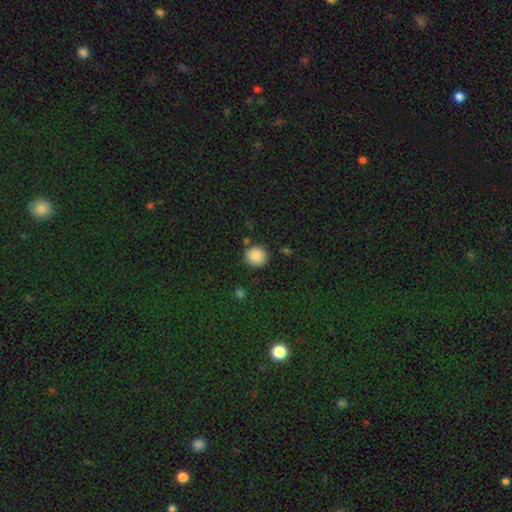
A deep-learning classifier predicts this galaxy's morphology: smooth 87%, star or artifact 9%, featured or disk 4%. Down the decision tree: how rounded — round (90%); merging — none (84%).